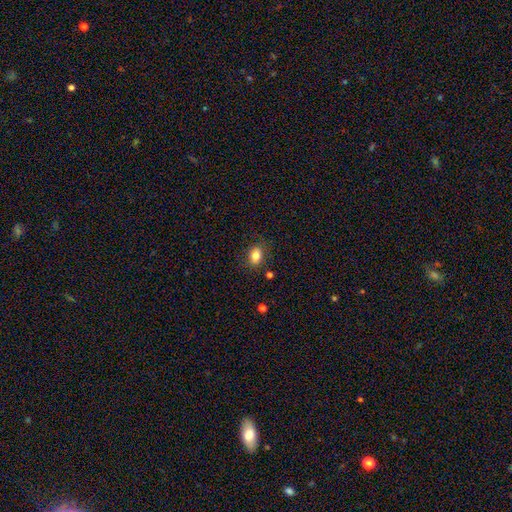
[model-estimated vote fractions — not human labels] Overall: smooth (82%). How rounded: in between (70%). Merging: none (82%).